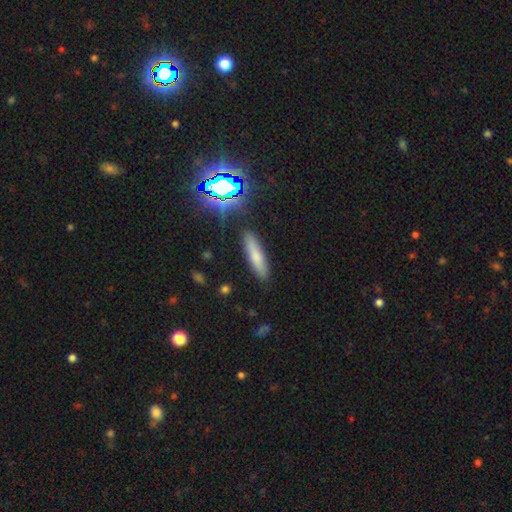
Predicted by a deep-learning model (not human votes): Smooth or featured? Predicted: smooth (p=0.70). How rounded? Predicted: cigar-shaped (p=0.75). Merging? Predicted: none (p=0.87).